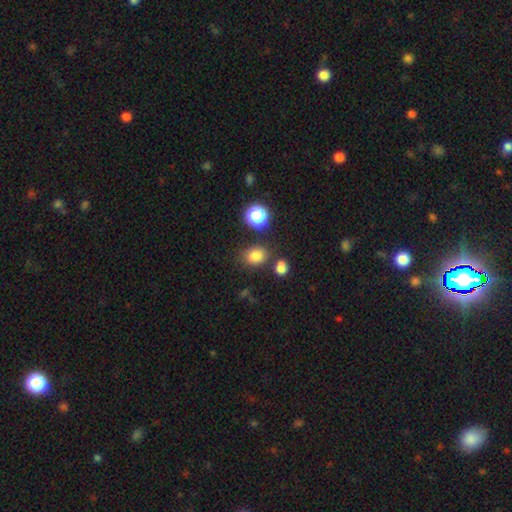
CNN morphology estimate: This appears to be a smooth galaxy with no disk features (80%) that is round (51%). Merging: none (75%).